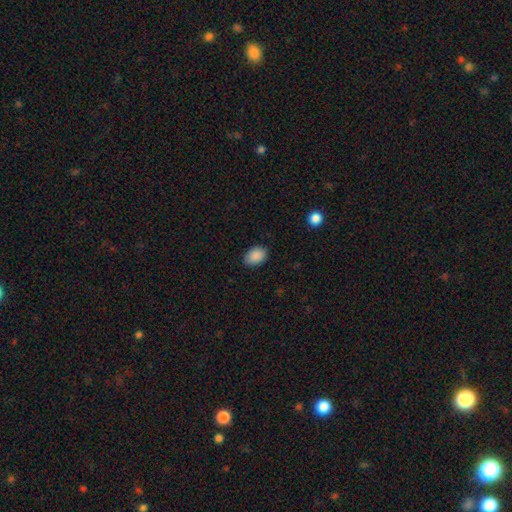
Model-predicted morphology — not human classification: The model was most divided on "how rounded": in between: 81%, round: 18%, cigar-shaped: 1%. More confident: smooth or featured — smooth (89%); merging — none (85%).